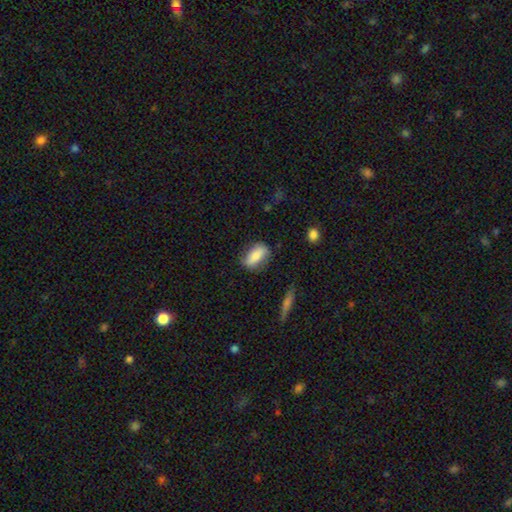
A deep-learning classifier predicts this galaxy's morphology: smooth_or_featured: smooth (p=0.72) [alt: featured or disk p=0.21]
how_rounded: in between (p=0.82) [alt: cigar-shaped p=0.12]
merging: none (p=0.73) [alt: minor disturbance p=0.20]